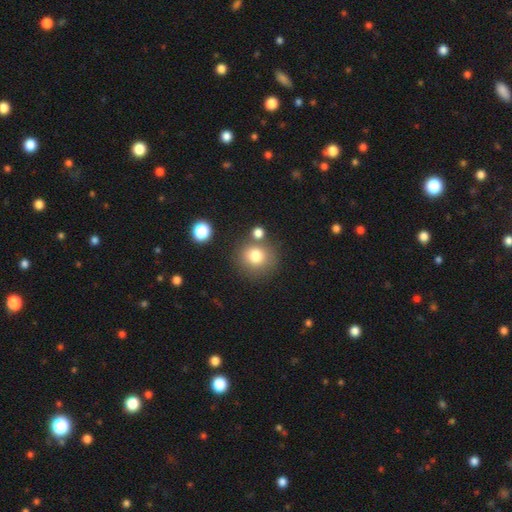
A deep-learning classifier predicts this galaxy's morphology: The model was most divided on "merging": none: 73%, merger: 13%, minor disturbance: 10%, major disturbance: 4%. More confident: how rounded — round (90%); smooth or featured — smooth (78%).